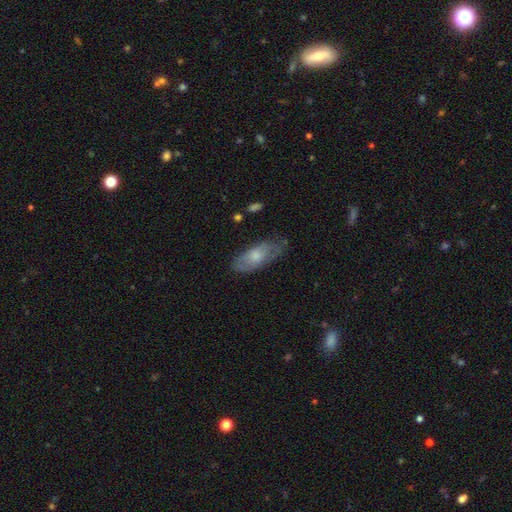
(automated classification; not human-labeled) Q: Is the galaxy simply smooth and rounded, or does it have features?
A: smooth — 62%.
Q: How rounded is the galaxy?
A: in between — 81%.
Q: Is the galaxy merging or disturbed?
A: none — 64%.